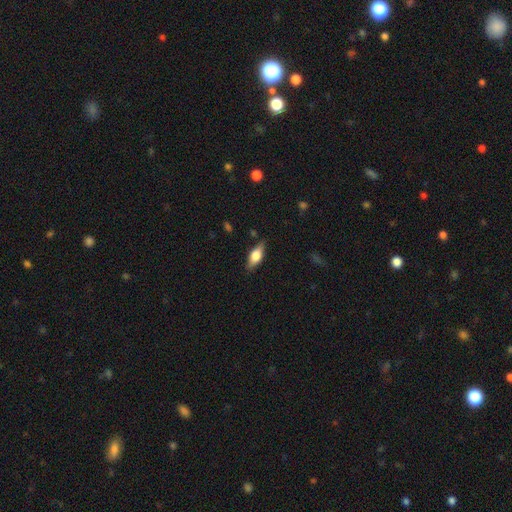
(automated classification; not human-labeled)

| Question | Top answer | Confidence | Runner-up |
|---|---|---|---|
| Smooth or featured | smooth | 56% | featured or disk (37%) |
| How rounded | in between | 74% | cigar-shaped (22%) |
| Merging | none | 82% | minor disturbance (14%) |